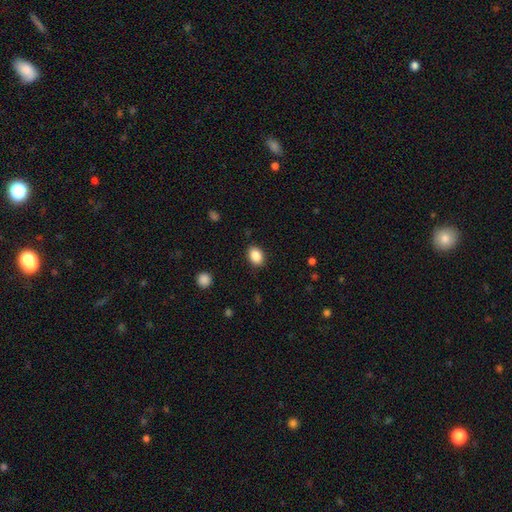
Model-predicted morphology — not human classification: Smooth or featured: smooth — 87% (star or artifact — 8%)
How rounded: in between — 71% (round — 28%)
Merging: none — 88% (minor disturbance — 9%)